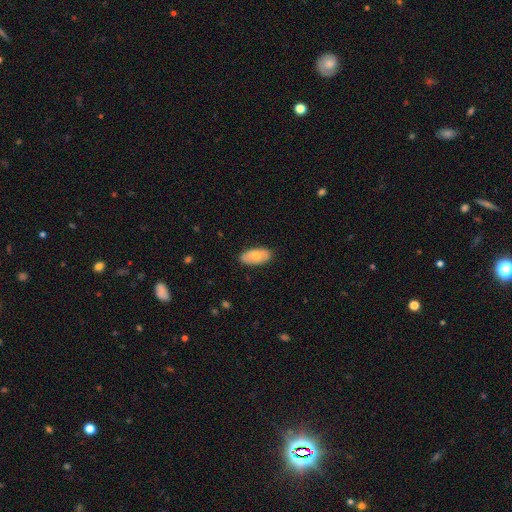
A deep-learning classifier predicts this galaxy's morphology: Overall: smooth (69%). How rounded: in between (93%). Merging: none (84%).